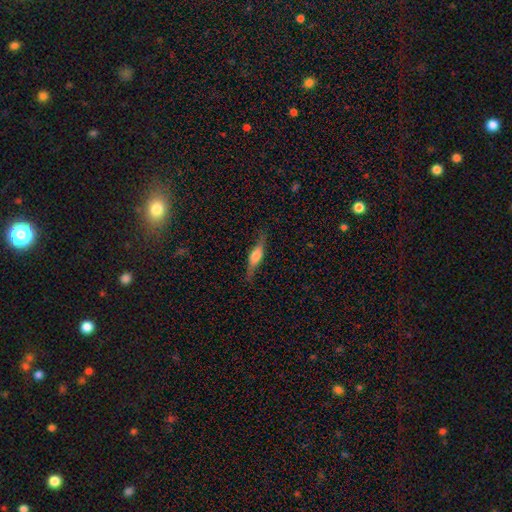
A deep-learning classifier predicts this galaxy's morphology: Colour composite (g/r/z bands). It shows a featured or disk galaxy (58%) viewed edge-on (93%) with a rounded central bulge (79%). Merging: none (81%).